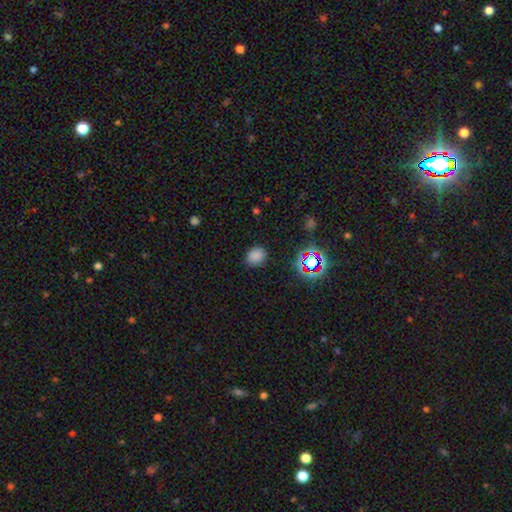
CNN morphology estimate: smooth-or-featured: smooth: 77% | star or artifact: 18% | featured or disk: 5%
  how-rounded: round: 65% | in between: 34% | cigar-shaped: 1%
  merging: none: 85% | minor disturbance: 11% | major disturbance: 3% | merger: 1%